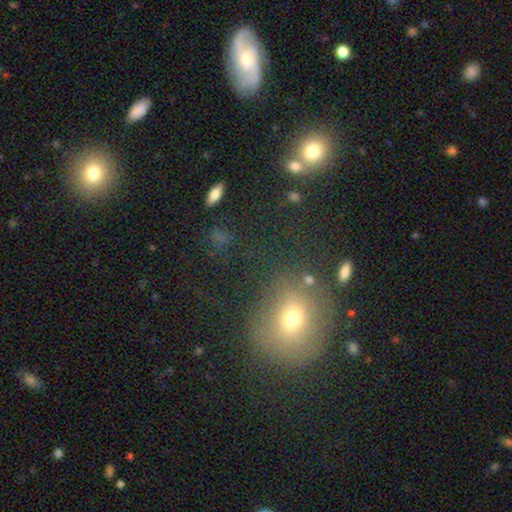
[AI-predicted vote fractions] Overall: smooth (54%; star or artifact 30%). How rounded: round (75%). Merging: none (77%).